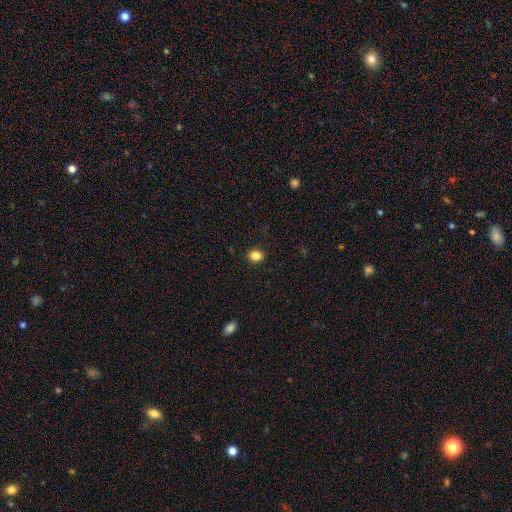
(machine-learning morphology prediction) Smooth or featured? smooth (84%)
How rounded? round (65%)
Merging? none (90%)